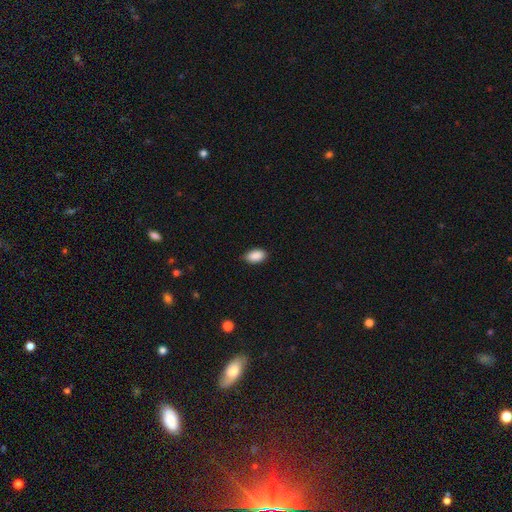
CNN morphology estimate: Smooth or featured: smooth — 90% (star or artifact — 7%)
How rounded: in between — 92% (round — 6%)
Merging: none — 82% (minor disturbance — 15%)